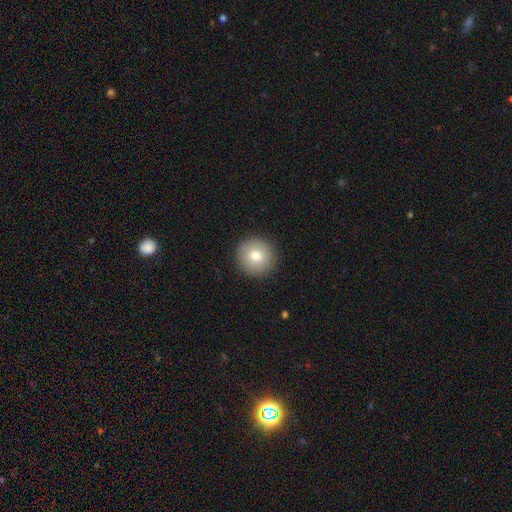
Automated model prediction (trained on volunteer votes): smooth-or-featured: smooth: 79% | featured or disk: 12% | star or artifact: 9%
  how-rounded: round: 95% | in between: 4% | cigar-shaped: 1%
  merging: none: 92% | minor disturbance: 5% | major disturbance: 2% | merger: 1%